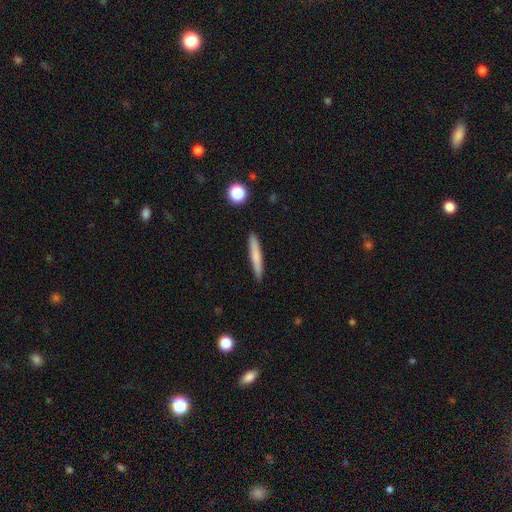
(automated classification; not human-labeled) Q: Smooth or featured?
A: smooth (72%); runner-up: featured or disk (22%)
Q: How rounded?
A: cigar-shaped (95%); runner-up: in between (4%)
Q: Merging?
A: none (90%); runner-up: minor disturbance (7%)